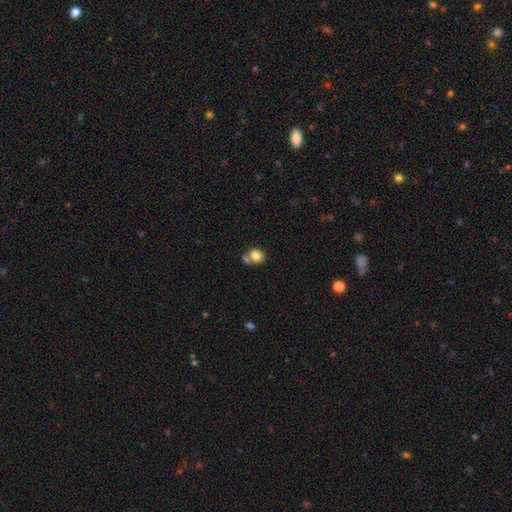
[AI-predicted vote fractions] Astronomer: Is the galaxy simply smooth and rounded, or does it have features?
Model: smooth — 80%.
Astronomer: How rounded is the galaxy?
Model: round — 67%.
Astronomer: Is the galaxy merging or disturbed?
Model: none — 51% (runner-up: merger, 30%).